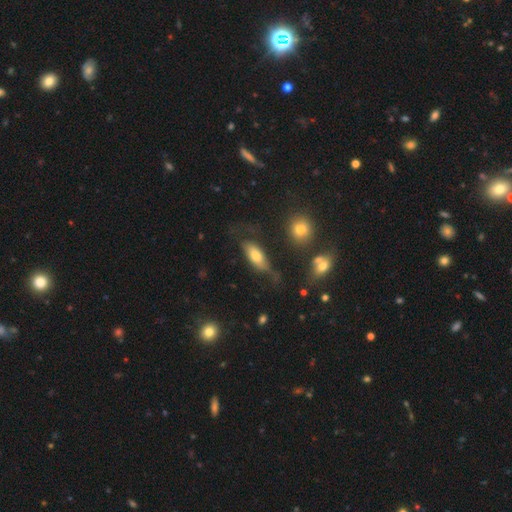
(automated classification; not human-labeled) Smooth or featured: smooth — 61% (featured or disk — 30%)
How rounded: in between — 74% (cigar-shaped — 22%)
Merging: none — 45% (minor disturbance — 26%)